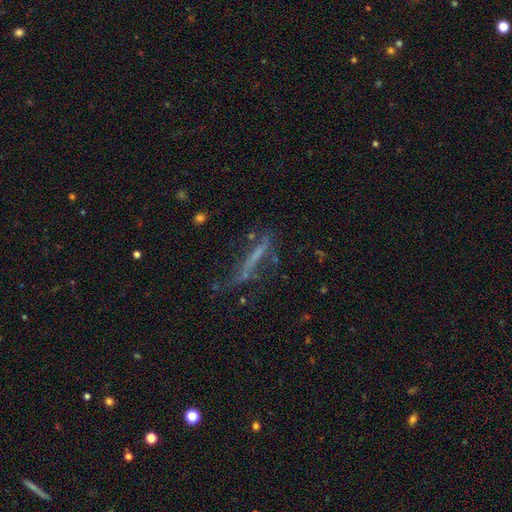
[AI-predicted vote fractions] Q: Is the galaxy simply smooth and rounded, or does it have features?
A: featured or disk — 47%.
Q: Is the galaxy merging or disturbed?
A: none — 44%.